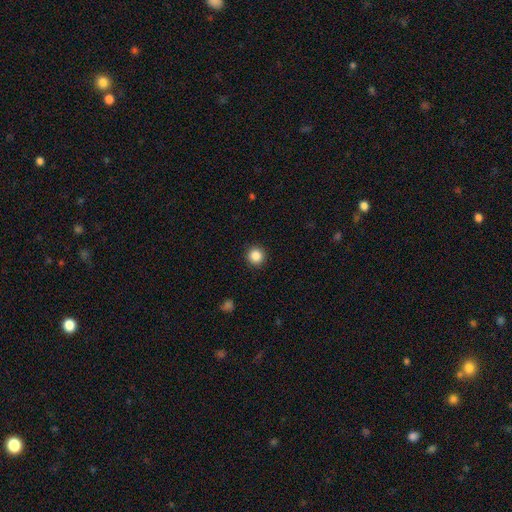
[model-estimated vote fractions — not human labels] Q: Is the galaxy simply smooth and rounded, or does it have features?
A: smooth — 86%.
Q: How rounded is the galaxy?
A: round — 95%.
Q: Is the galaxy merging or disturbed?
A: none — 92%.